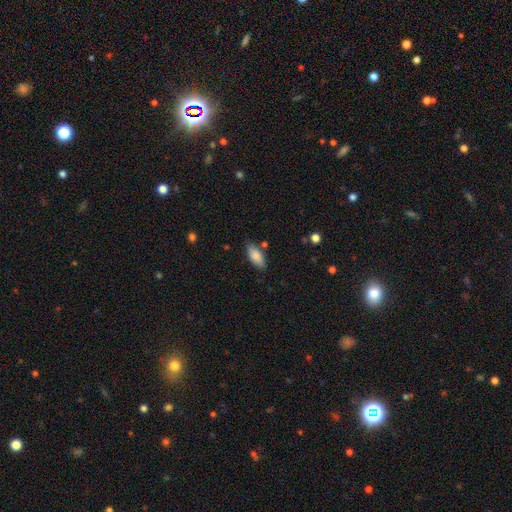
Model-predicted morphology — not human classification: Smooth or featured? Predicted: smooth (p=0.86). How rounded? Predicted: in between (p=0.85). Merging? Predicted: none (p=0.81).